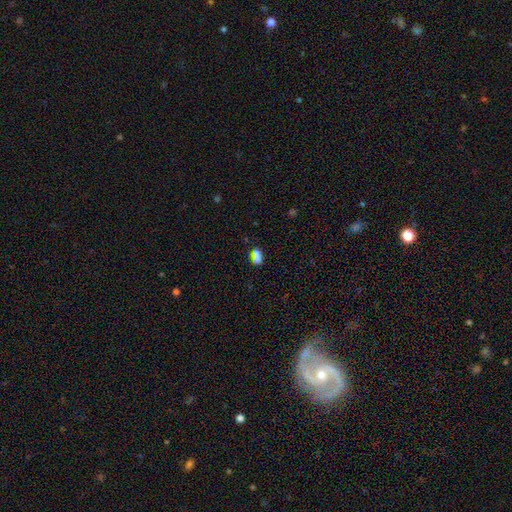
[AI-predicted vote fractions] A smooth galaxy with no disk features (55%) that is in between round and cigar-shaped (53%).

Vote fractions:
- Smooth or featured? smooth: 55% / star or artifact: 37% / featured or disk: 8%
- How rounded? in between: 53% / round: 33% / cigar-shaped: 13%
- Merging? none: 78% / minor disturbance: 11% / merger: 6% / major disturbance: 5%